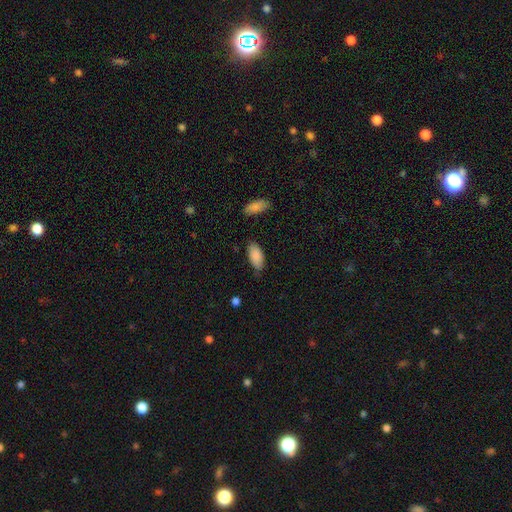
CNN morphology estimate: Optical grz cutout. It shows a smooth galaxy with no disk features (88%) that is in between round and cigar-shaped (93%). Merging: none (72%).